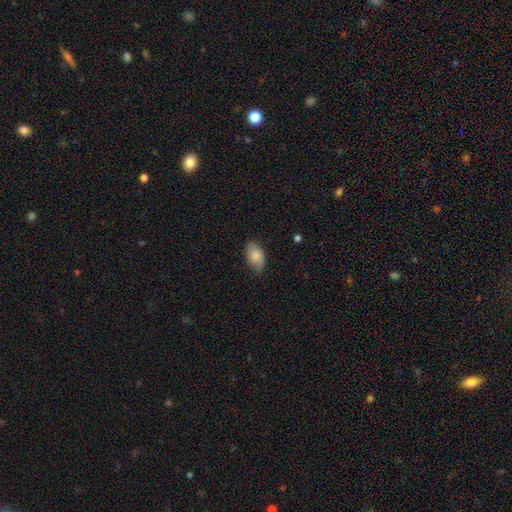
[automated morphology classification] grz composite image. It shows a smooth galaxy with no disk features (84%) that is in between round and cigar-shaped (93%). Merging: none (79%).